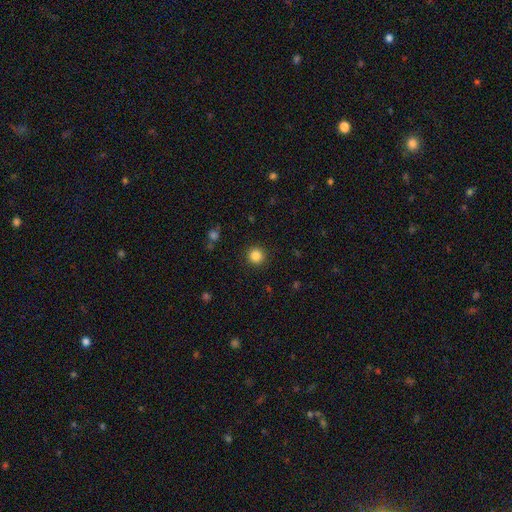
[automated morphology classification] A smooth galaxy with no disk features (85%) that is round (95%). Merging: none (91%).